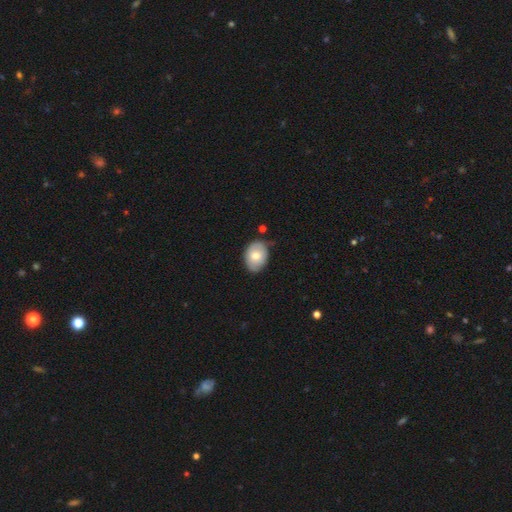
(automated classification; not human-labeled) Overall: smooth (70%). How rounded: in between (72%). Merging: none (67%).